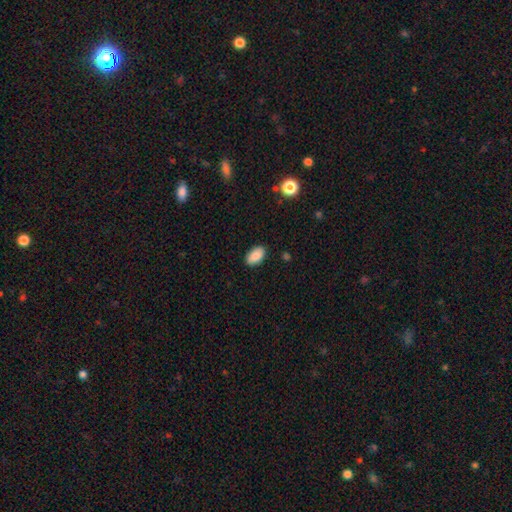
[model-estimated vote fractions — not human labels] Smooth or featured? smooth (88%)
How rounded? in between (93%)
Merging? none (87%)